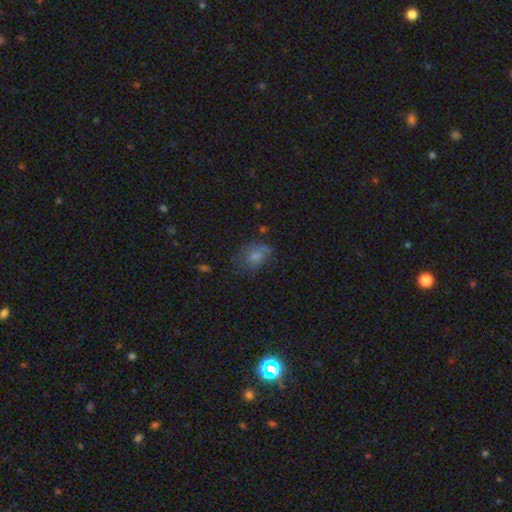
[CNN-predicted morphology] type=smooth (65%); roundness=in between (72%); merging=none (47%).